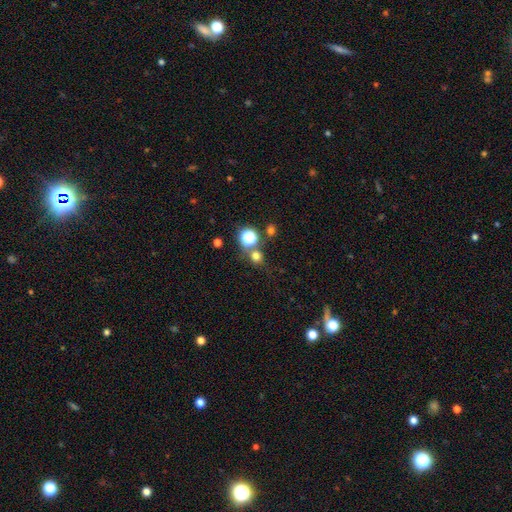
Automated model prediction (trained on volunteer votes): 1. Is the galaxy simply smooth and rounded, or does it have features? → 69% smooth, 25% star or artifact, 7% featured or disk.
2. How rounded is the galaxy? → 87% round, 12% in between, 1% cigar-shaped.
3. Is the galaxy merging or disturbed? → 70% none, 17% merger, 9% minor disturbance, 4% major disturbance.